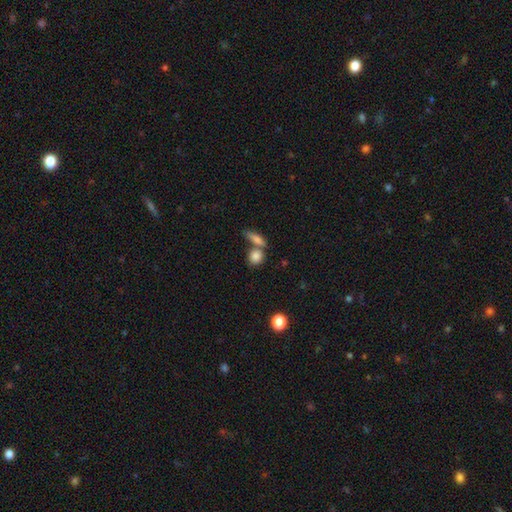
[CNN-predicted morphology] smooth-or-featured: smooth: 84% | star or artifact: 8% | featured or disk: 8%
  how-rounded: round: 62% | in between: 32% | cigar-shaped: 6%
  merging: none: 52% | merger: 34% | minor disturbance: 10% | major disturbance: 4%